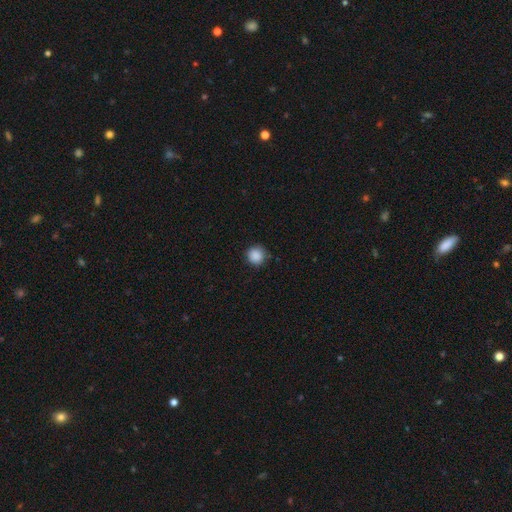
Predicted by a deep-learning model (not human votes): smooth-or-featured: smooth: 88% | star or artifact: 9% | featured or disk: 3%
  how-rounded: round: 94% | in between: 5% | cigar-shaped: 1%
  merging: none: 87% | minor disturbance: 10% | major disturbance: 2% | merger: 1%